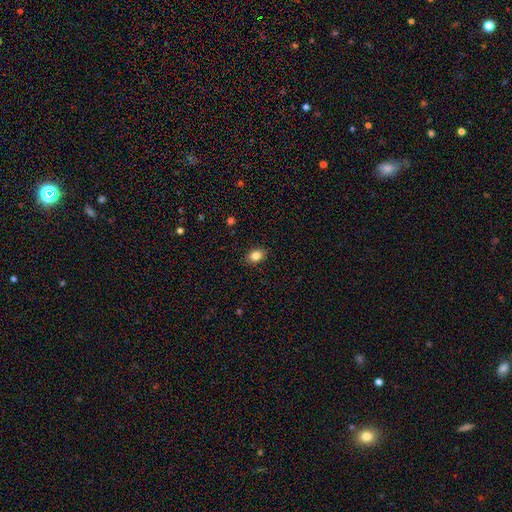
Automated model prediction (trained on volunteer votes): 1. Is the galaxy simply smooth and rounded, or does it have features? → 84% smooth, 9% star or artifact, 7% featured or disk.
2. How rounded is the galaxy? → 77% in between, 22% round, 1% cigar-shaped.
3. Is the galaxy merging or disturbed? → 88% none, 9% minor disturbance, 2% major disturbance, 1% merger.